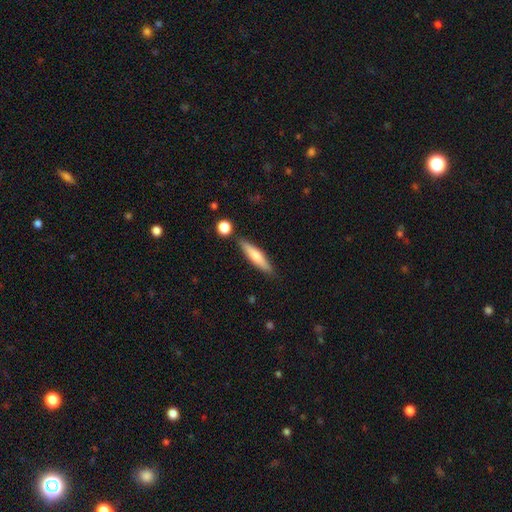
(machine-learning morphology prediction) Smooth or featured?
  - smooth: 66% *
  - featured or disk: 28%
  - star or artifact: 6%
How rounded?
  - cigar-shaped: 83% *
  - in between: 16%
  - round: 2%
Merging?
  - none: 81% *
  - minor disturbance: 12%
  - merger: 5%
  - major disturbance: 2%